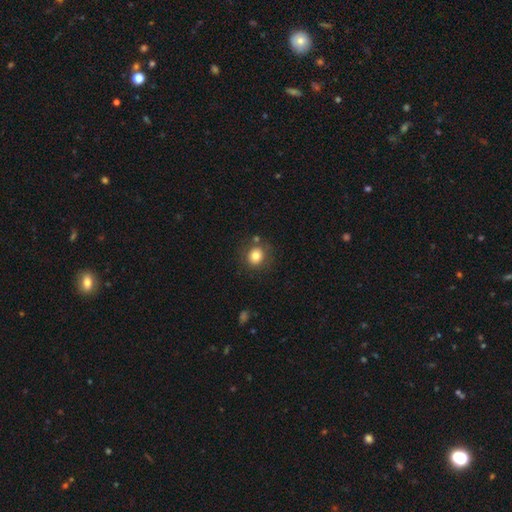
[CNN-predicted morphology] A smooth galaxy with no disk features (80%) that is round (85%). Merging: none (79%).